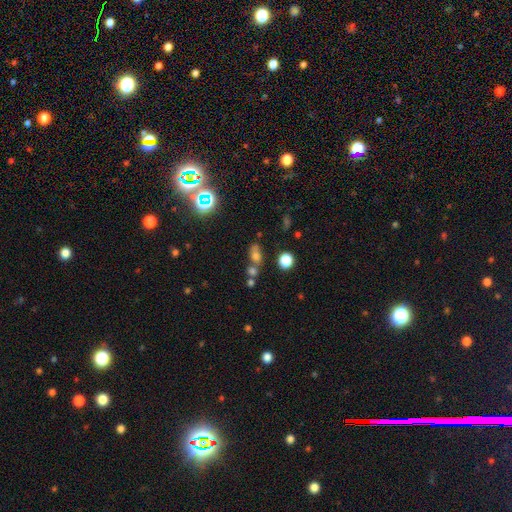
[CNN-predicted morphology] The model was most divided on "merging": none: 44%, merger: 36%, minor disturbance: 13%, major disturbance: 8%. More confident: smooth or featured — smooth (61%); how rounded — in between (60%).